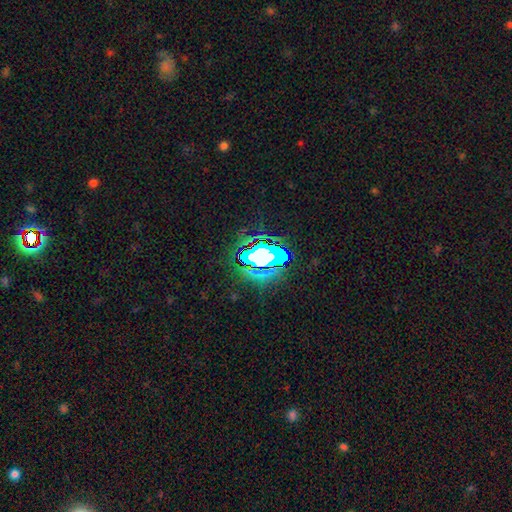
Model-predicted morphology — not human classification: Smooth or featured: star or artifact — 55% (featured or disk — 23%)